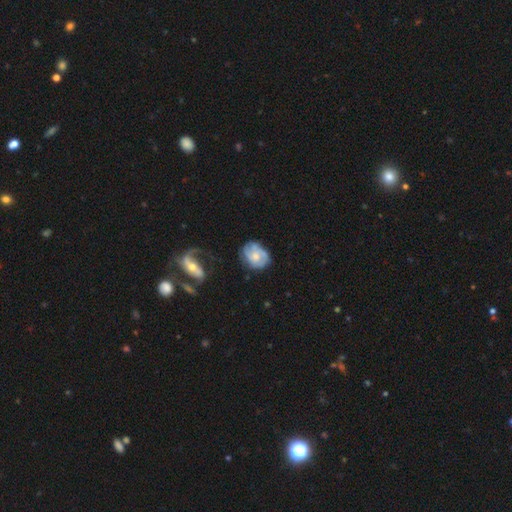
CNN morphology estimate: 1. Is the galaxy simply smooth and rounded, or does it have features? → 68% featured or disk, 26% smooth, 6% star or artifact.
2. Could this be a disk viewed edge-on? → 97% no, 3% yes.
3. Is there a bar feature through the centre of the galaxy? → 75% no, 22% weak, 4% strong.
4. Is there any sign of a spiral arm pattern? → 86% yes, 14% no.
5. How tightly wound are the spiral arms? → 45% tight, 38% medium, 17% loose.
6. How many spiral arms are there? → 30% 3, 28% can't tell, 25% 2, 8% 4, 5% 1, 4% more than 4.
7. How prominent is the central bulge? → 51% moderate, 42% small, 4% none, 3% large, 1% dominant.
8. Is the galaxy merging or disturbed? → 62% none, 24% minor disturbance, 11% major disturbance, 3% merger.